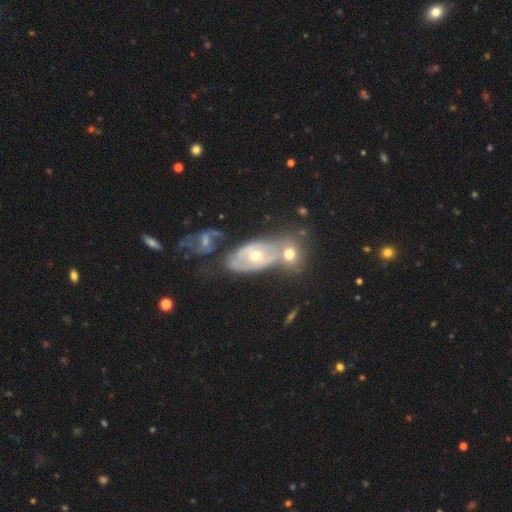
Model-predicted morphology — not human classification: Smooth or featured: featured or disk — 67% (smooth — 23%)
Edge-on disk: no — 90% (yes — 10%)
Bar: no — 80% (weak — 14%)
Spiral arms: yes — 58% (no — 42%)
Bulge size: moderate — 54% (small — 42%)
Merging: merger — 41% (none — 38%)